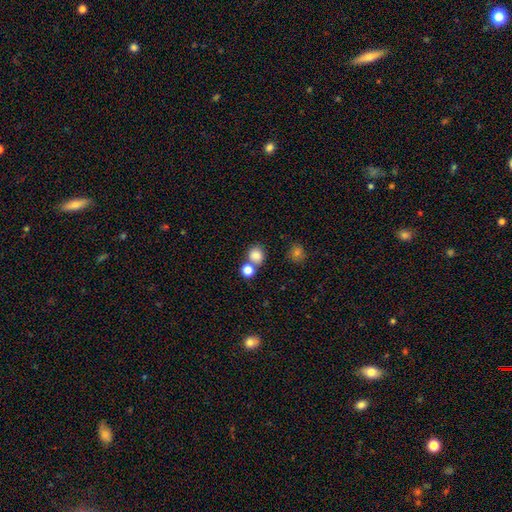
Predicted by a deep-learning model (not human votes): This appears to be a smooth galaxy with no disk features (81%) that is round (80%). Merging: none (57%).